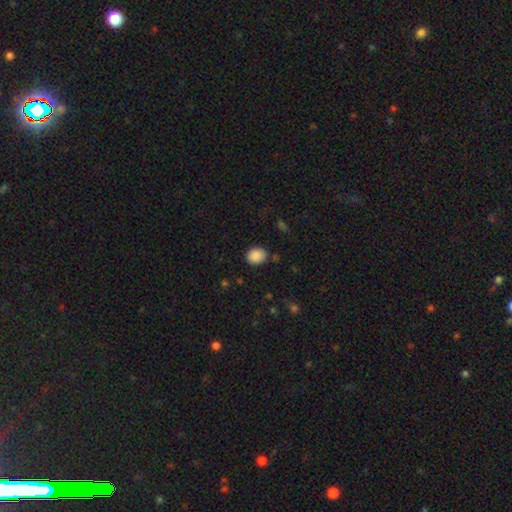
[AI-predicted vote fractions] smooth 88%, star or artifact 8%, featured or disk 3%. Down the decision tree: how rounded — in between (52%); merging — none (80%).